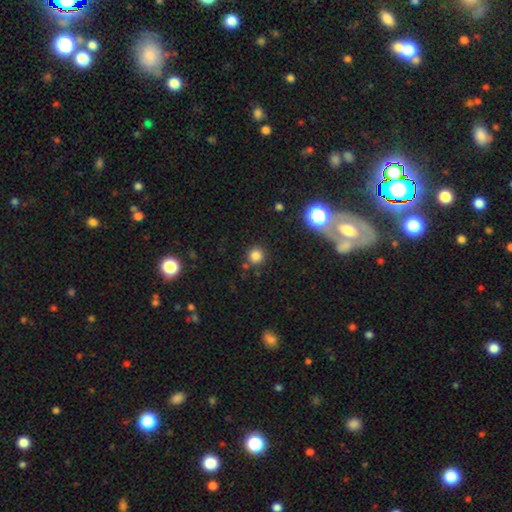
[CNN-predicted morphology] Smooth or featured? smooth (80%)
How rounded? round (93%)
Merging? none (83%)